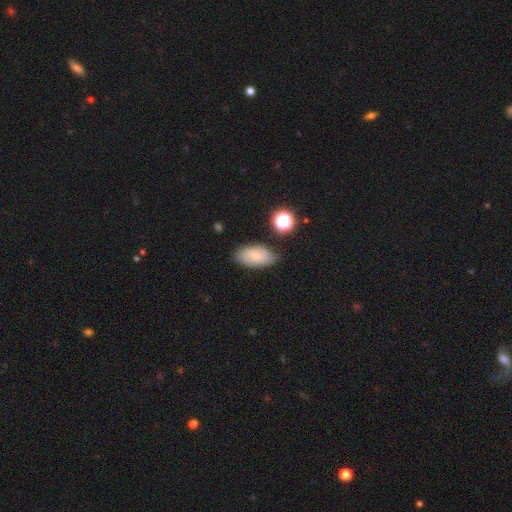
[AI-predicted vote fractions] Smooth or featured? Predicted: smooth (p=0.68). How rounded? Predicted: in between (p=0.91). Merging? Predicted: none (p=0.72).